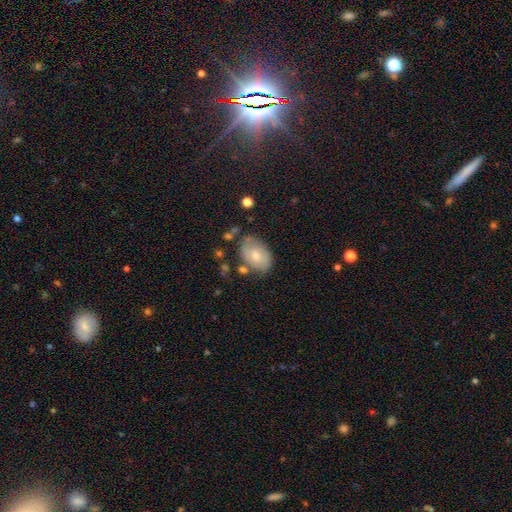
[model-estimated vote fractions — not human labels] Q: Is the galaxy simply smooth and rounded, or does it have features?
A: smooth — 72%.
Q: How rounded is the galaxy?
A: in between — 85%.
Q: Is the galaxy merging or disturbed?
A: none — 66%.